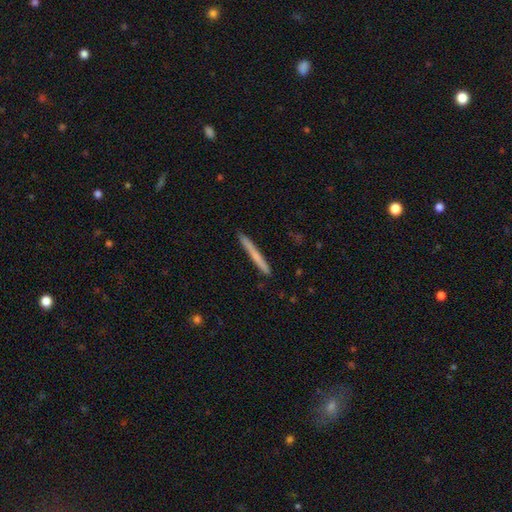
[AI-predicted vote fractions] This appears to be a smooth galaxy with no disk features (62%) that is cigar-shaped (97%). Merging: none (92%).